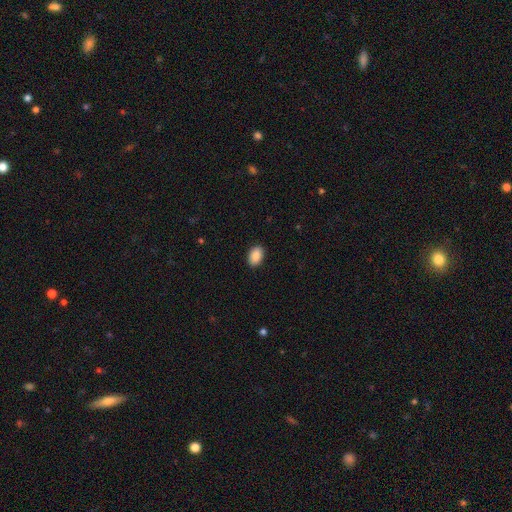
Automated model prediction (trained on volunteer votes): A smooth galaxy with no disk features (89%) that is in between round and cigar-shaped (91%).

Vote fractions:
- Smooth or featured? smooth: 89% / star or artifact: 7% / featured or disk: 4%
- How rounded? in between: 91% / round: 8% / cigar-shaped: 1%
- Merging? none: 89% / minor disturbance: 8% / major disturbance: 2% / merger: 1%